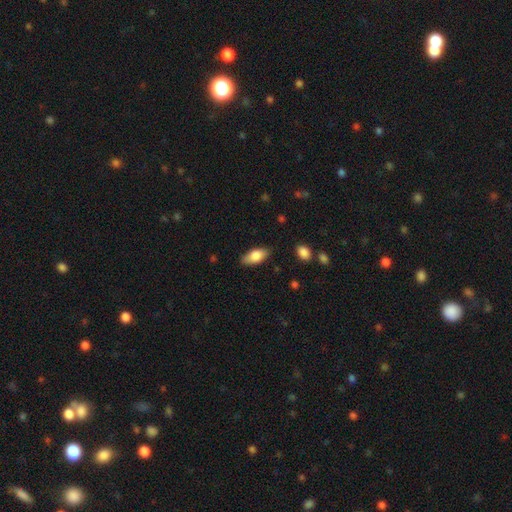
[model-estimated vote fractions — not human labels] Smooth or featured? smooth (79%)
How rounded? in between (87%)
Merging? none (83%)